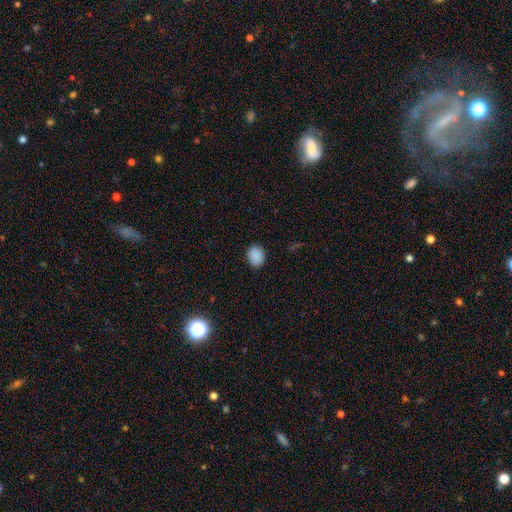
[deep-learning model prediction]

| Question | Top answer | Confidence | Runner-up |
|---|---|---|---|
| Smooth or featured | smooth | 88% | star or artifact (9%) |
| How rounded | round | 50% | in between (49%) |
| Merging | none | 88% | minor disturbance (9%) |